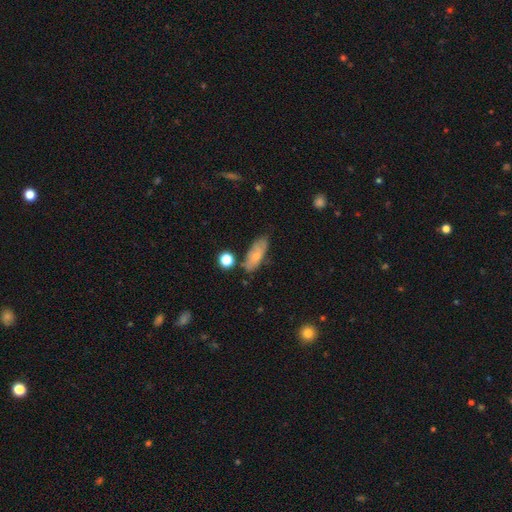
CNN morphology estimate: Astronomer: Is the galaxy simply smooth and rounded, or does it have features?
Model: smooth — 64%.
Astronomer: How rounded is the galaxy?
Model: in between — 74%.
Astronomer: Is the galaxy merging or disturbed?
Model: none — 66%.